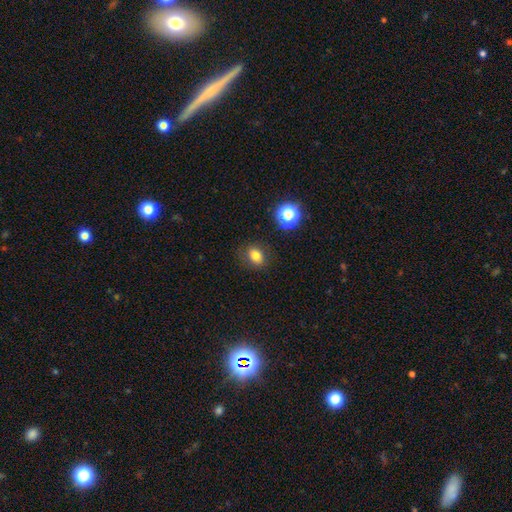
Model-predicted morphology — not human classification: This appears to be a smooth galaxy with no disk features (79%) that is in between round and cigar-shaped (57%). Merging: none (82%).